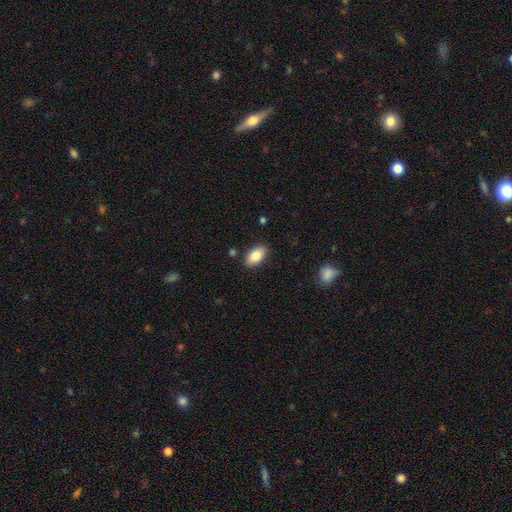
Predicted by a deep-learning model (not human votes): smooth-or-featured: smooth: 84% | featured or disk: 9% | star or artifact: 7%
  how-rounded: in between: 93% | round: 5% | cigar-shaped: 2%
  merging: none: 86% | minor disturbance: 10% | major disturbance: 2% | merger: 2%